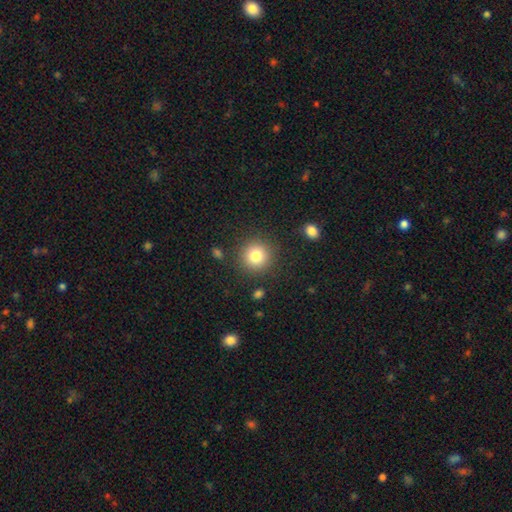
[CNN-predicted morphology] Q: Smooth or featured?
A: smooth (81%); runner-up: star or artifact (11%)
Q: How rounded?
A: round (94%); runner-up: in between (5%)
Q: Merging?
A: none (88%); runner-up: minor disturbance (7%)